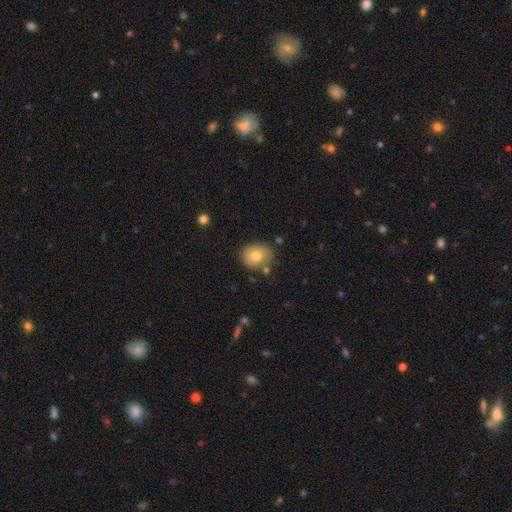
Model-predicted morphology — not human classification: A smooth galaxy with no disk features (76%) that is round (67%).

Vote fractions:
- Smooth or featured? smooth: 76% / featured or disk: 15% / star or artifact: 9%
- How rounded? round: 67% / in between: 32% / cigar-shaped: 1%
- Merging? none: 74% / minor disturbance: 16% / merger: 6% / major disturbance: 4%